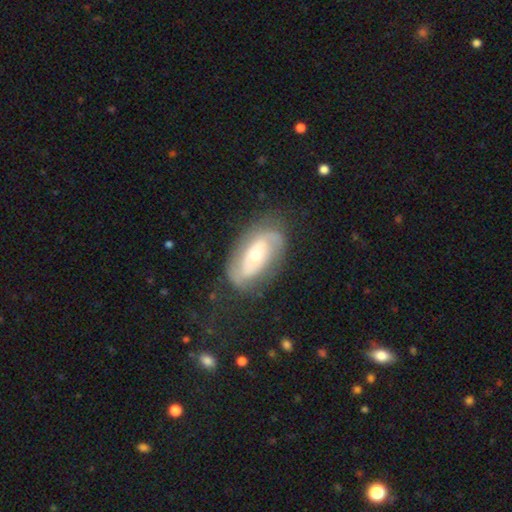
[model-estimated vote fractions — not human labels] This is likely a featured or disk galaxy (71%). It is clearly not viewed edge-on (92%). Bar: possibly no (57%). Spiral arm pattern: likely yes (77%). Spiral arm count: likely 2 (73%). Spiral winding: marginally medium (37%). Central bulge: possibly moderate (51%). Merging: likely none (71%).